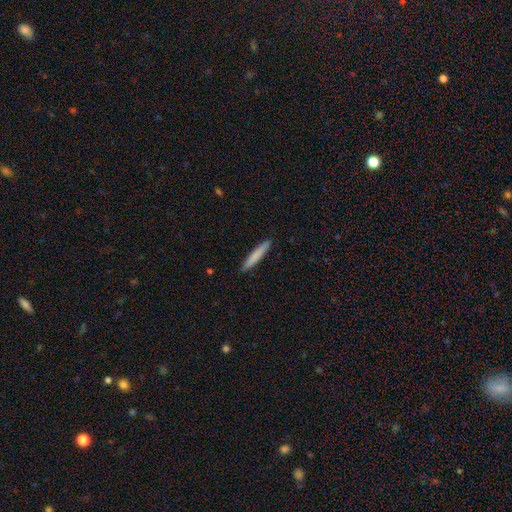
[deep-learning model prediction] Morphology: type=smooth (79%); roundness=cigar-shaped (95%); merging=none (91%).